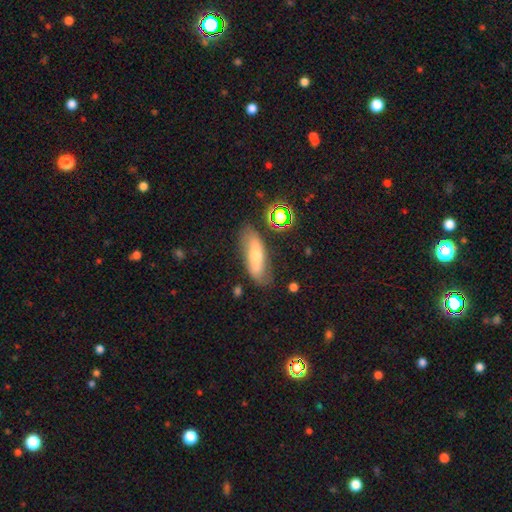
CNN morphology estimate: smooth_or_featured: smooth (p=0.51) [alt: featured or disk p=0.38]
how_rounded: in between (p=0.51) [alt: cigar-shaped p=0.45]
merging: none (p=0.71) [alt: minor disturbance p=0.20]